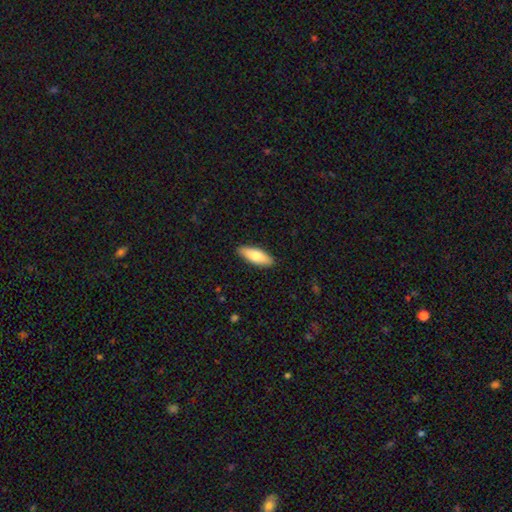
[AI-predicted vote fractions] Smooth or featured?
  - smooth: 76% *
  - featured or disk: 19%
  - star or artifact: 5%
How rounded?
  - in between: 59% *
  - cigar-shaped: 39%
  - round: 2%
Merging?
  - none: 90% *
  - minor disturbance: 7%
  - major disturbance: 2%
  - merger: 1%